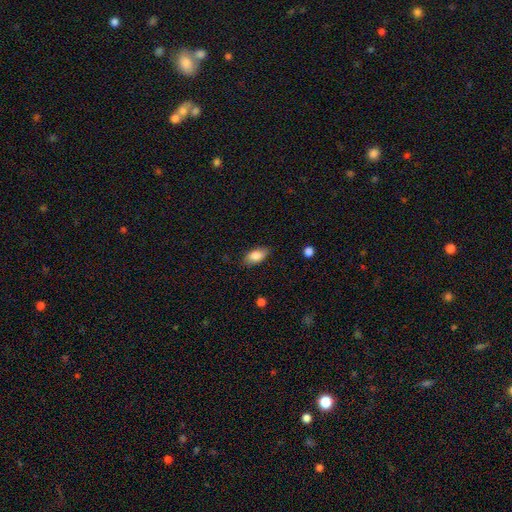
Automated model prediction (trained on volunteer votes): smooth 84%, featured or disk 8%, star or artifact 7%. Down the decision tree: how rounded — in between (90%); merging — none (81%).